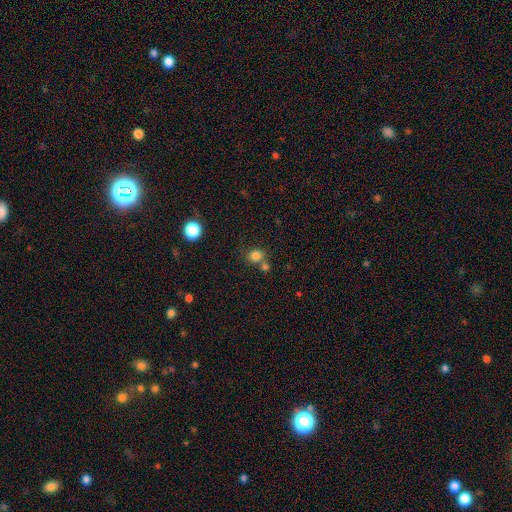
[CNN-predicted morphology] Smooth or featured? Predicted: smooth (p=0.81). How rounded? Predicted: round (p=0.76). Merging? Predicted: none (p=0.59).